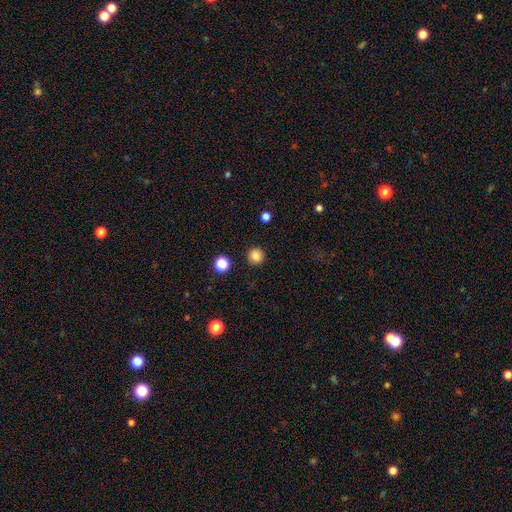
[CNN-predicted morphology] A smooth galaxy with no disk features (84%) that is round (95%). Merging: none (92%).